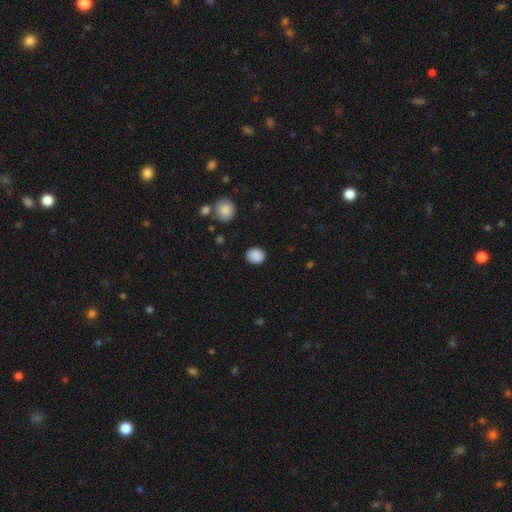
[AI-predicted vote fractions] This appears to be a smooth galaxy with no disk features (88%) that is round (68%). Merging: none (88%).